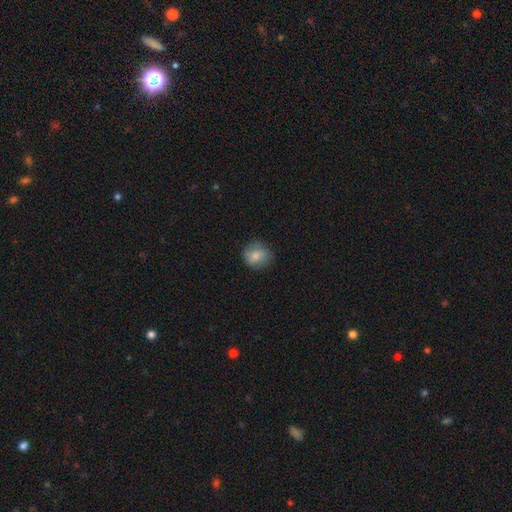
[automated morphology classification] Smooth or featured? Predicted: smooth (p=0.77). How rounded? Predicted: round (p=0.80). Merging? Predicted: none (p=0.77).